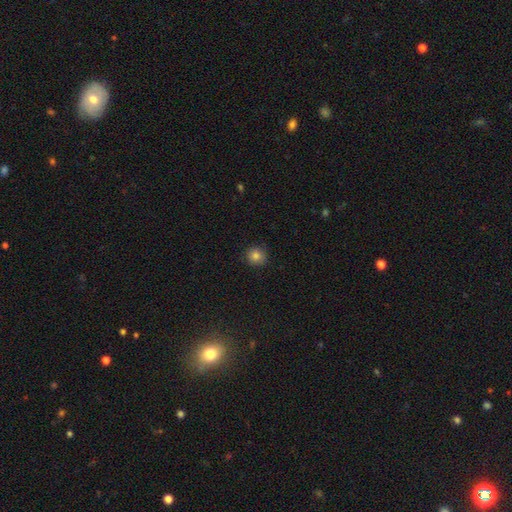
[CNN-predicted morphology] Smooth or featured? smooth (83%)
How rounded? round (92%)
Merging? none (90%)